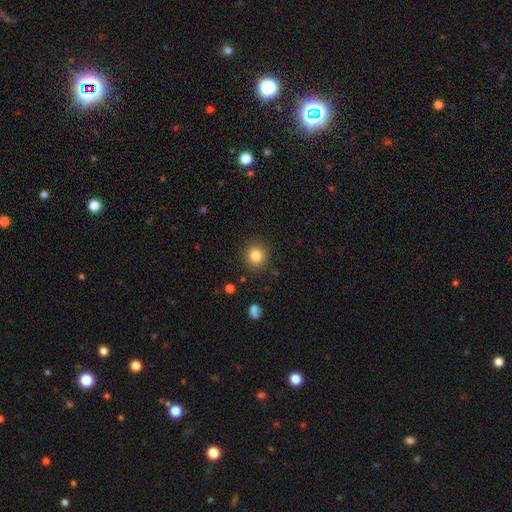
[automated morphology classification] type=smooth (82%); roundness=round (92%); merging=none (90%).